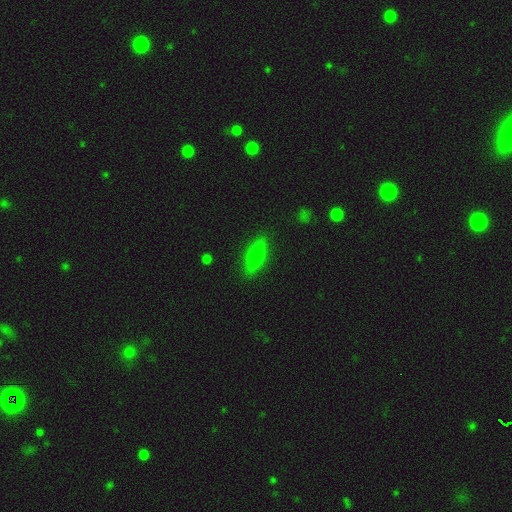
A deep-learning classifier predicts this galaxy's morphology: A smooth galaxy with no disk features (73%) that is cigar-shaped (74%).

Vote fractions:
- Smooth or featured? smooth: 73% / featured or disk: 20% / star or artifact: 7%
- How rounded? cigar-shaped: 74% / in between: 24% / round: 2%
- Merging? none: 88% / minor disturbance: 9% / major disturbance: 2% / merger: 1%